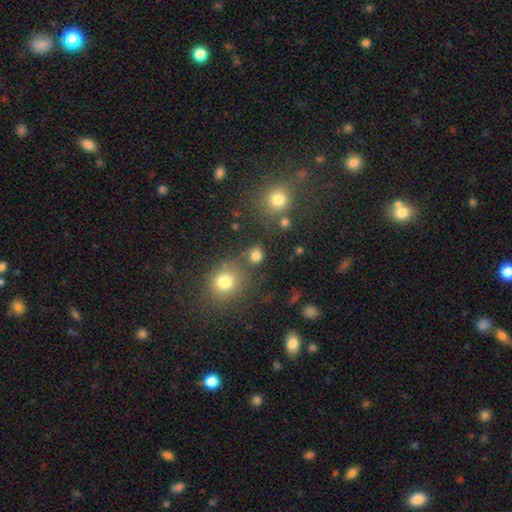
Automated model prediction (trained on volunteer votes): Morphology: type=smooth (78%); roundness=round (74%); merging=none (67%).